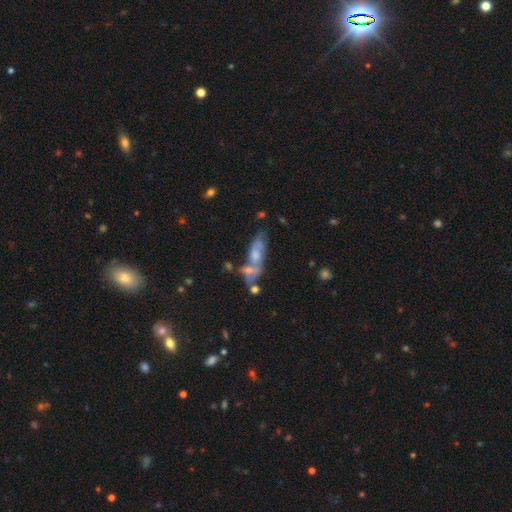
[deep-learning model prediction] Smooth or featured? featured or disk (54%)
Edge-on disk? no (77%)
Merging? merger (40%)